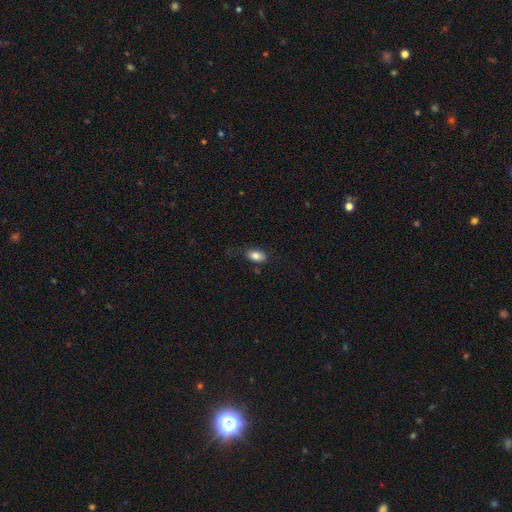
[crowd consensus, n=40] This appears to be a smooth galaxy with no disk features (72%) that is in between round and cigar-shaped (100%). Merging: none (65%).